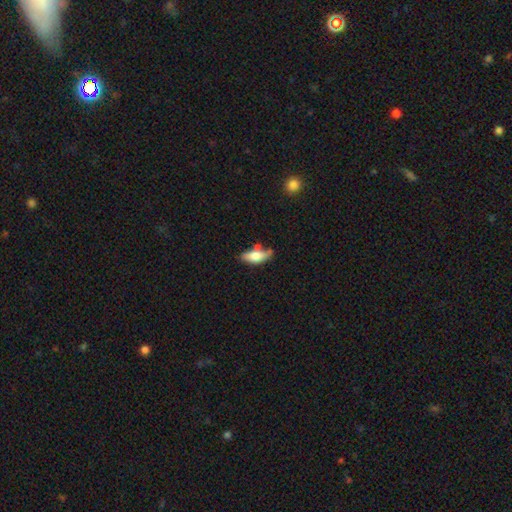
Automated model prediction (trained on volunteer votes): Smooth or featured? smooth (69%)
How rounded? in between (72%)
Merging? none (51%)